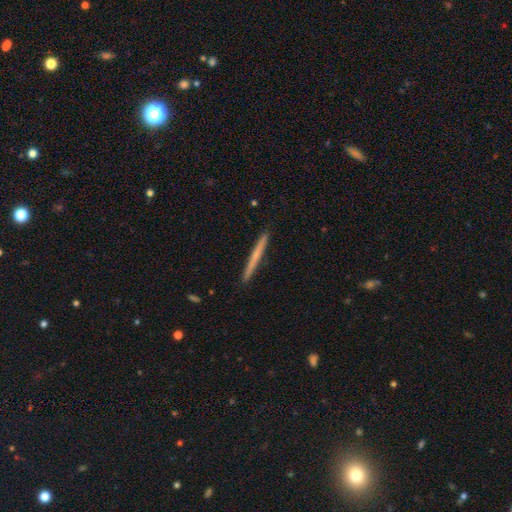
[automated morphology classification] The model was most divided on "smooth or featured": smooth: 53%, featured or disk: 42%, star or artifact: 6%. More confident: how rounded — cigar-shaped (97%); merging — none (93%).